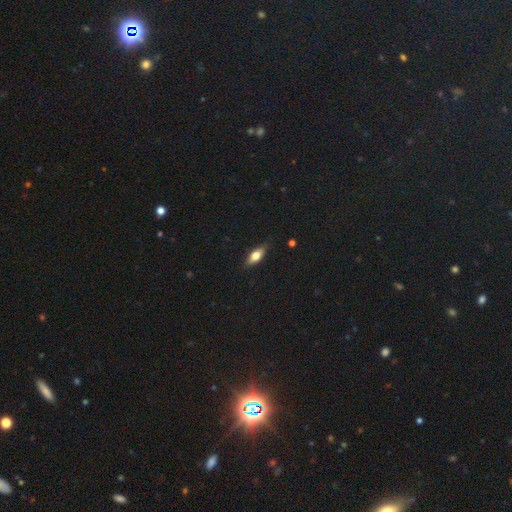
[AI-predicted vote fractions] smooth_or_featured: smooth (p=0.65) [alt: featured or disk p=0.29]
how_rounded: in between (p=0.70) [alt: cigar-shaped p=0.26]
merging: none (p=0.85) [alt: minor disturbance p=0.12]